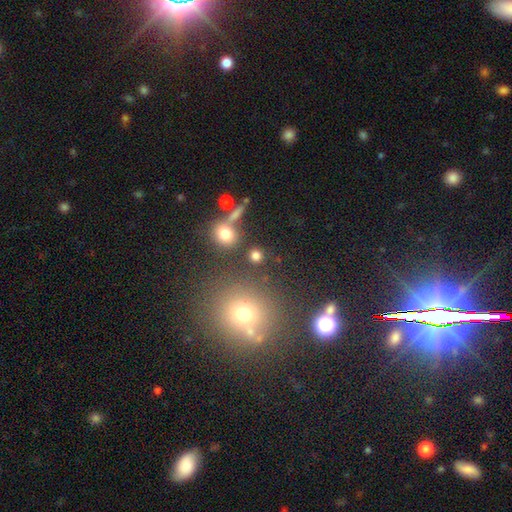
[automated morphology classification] This appears to be a smooth galaxy with no disk features (77%) that is round (86%). Merging: none (77%).